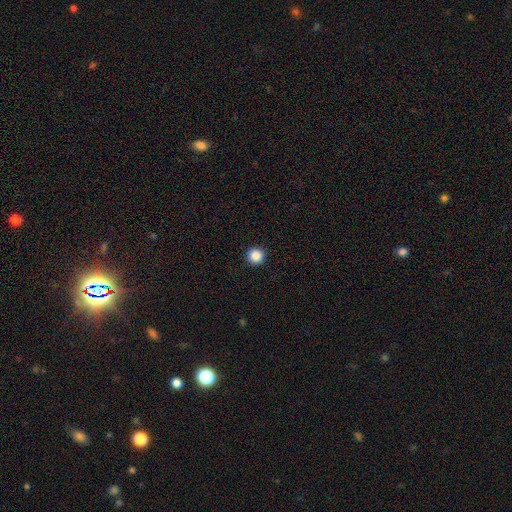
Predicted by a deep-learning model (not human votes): Q: Smooth or featured?
A: smooth (87%); runner-up: star or artifact (10%)
Q: How rounded?
A: round (96%); runner-up: in between (3%)
Q: Merging?
A: none (93%); runner-up: minor disturbance (4%)